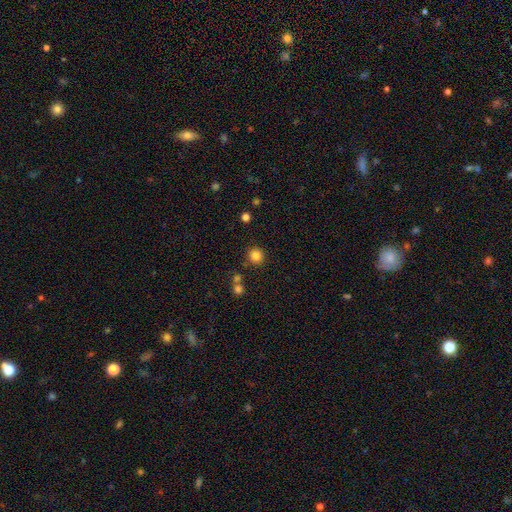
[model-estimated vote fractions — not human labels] The model was most divided on "smooth or featured": smooth: 84%, star or artifact: 12%, featured or disk: 4%. More confident: how rounded — round (94%); merging — none (86%).